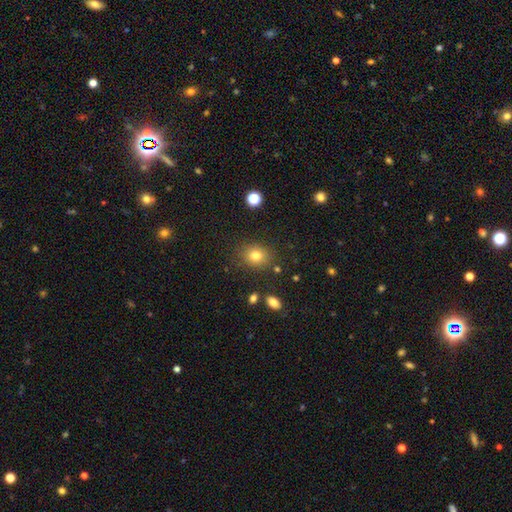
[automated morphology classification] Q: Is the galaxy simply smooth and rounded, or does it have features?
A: smooth — 80%.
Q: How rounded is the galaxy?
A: round — 60%.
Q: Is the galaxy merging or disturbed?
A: none — 84%.